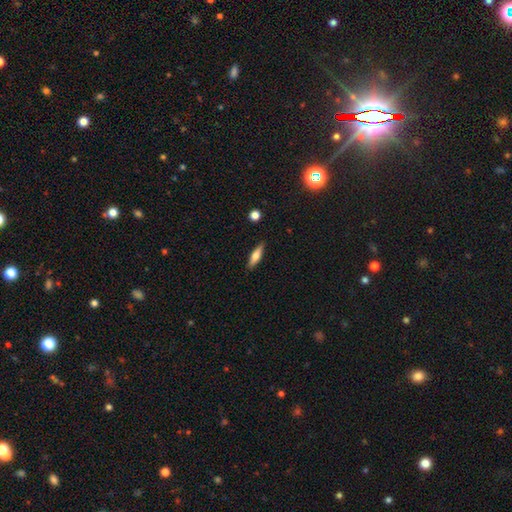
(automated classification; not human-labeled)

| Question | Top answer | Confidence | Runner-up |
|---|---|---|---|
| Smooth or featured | smooth | 61% | featured or disk (33%) |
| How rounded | cigar-shaped | 62% | in between (35%) |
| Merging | none | 88% | minor disturbance (9%) |